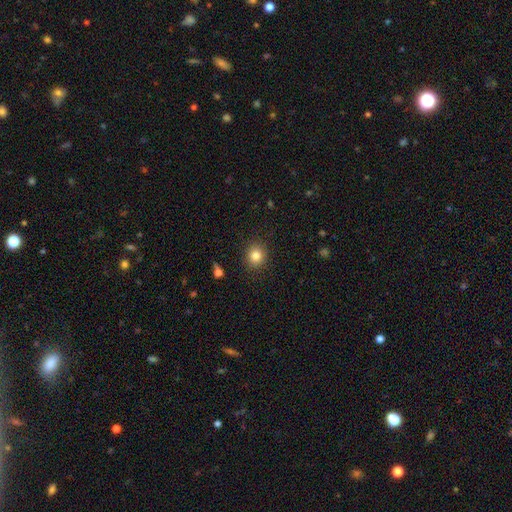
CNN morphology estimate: Smooth or featured: smooth — 82% (star or artifact — 11%)
How rounded: round — 81% (in between — 18%)
Merging: none — 90% (minor disturbance — 7%)